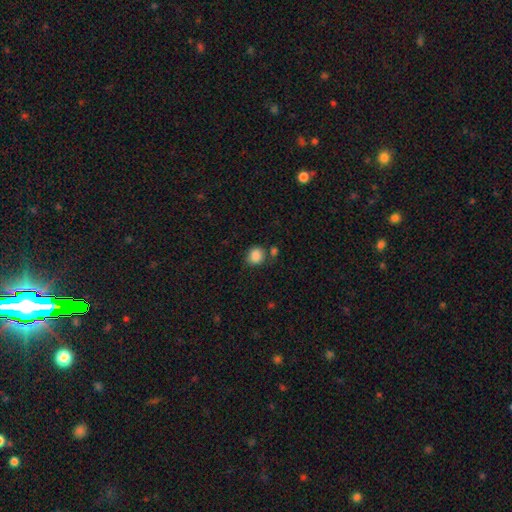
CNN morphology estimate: Smooth or featured?
  - smooth: 86% *
  - star or artifact: 9%
  - featured or disk: 4%
How rounded?
  - round: 72% *
  - in between: 27%
  - cigar-shaped: 1%
Merging?
  - none: 68% *
  - minor disturbance: 16%
  - merger: 11%
  - major disturbance: 5%